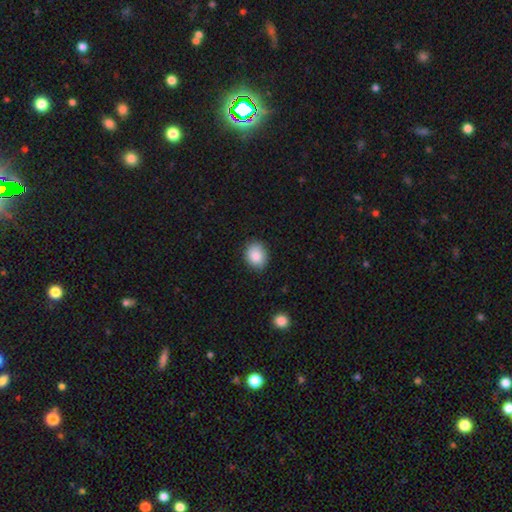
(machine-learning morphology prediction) Smooth or featured? Predicted: smooth (p=0.87). How rounded? Predicted: round (p=0.51). Merging? Predicted: none (p=0.86).